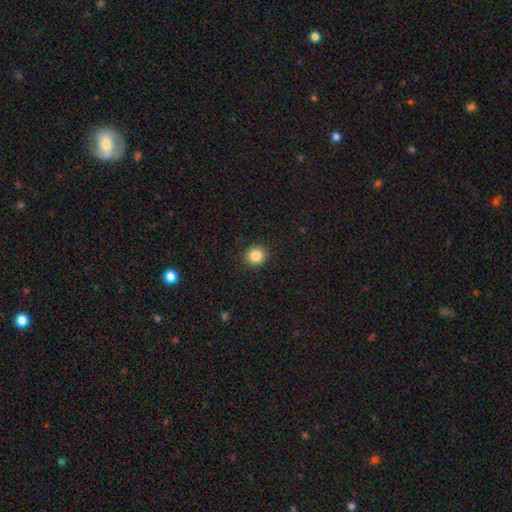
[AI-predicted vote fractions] smooth-or-featured: smooth: 85% | star or artifact: 10% | featured or disk: 4%
  how-rounded: round: 85% | in between: 14% | cigar-shaped: 1%
  merging: none: 90% | minor disturbance: 7% | major disturbance: 2% | merger: 1%